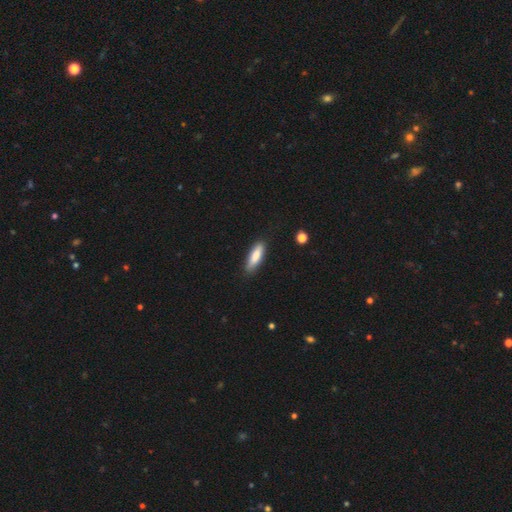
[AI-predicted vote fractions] Smooth or featured? smooth (82%)
How rounded? cigar-shaped (56%)
Merging? none (82%)